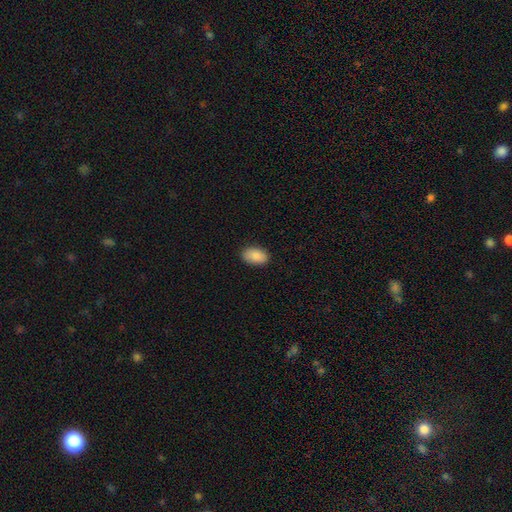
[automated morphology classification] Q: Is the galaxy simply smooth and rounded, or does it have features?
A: smooth — 89%.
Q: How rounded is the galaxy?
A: in between — 92%.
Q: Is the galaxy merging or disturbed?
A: none — 88%.